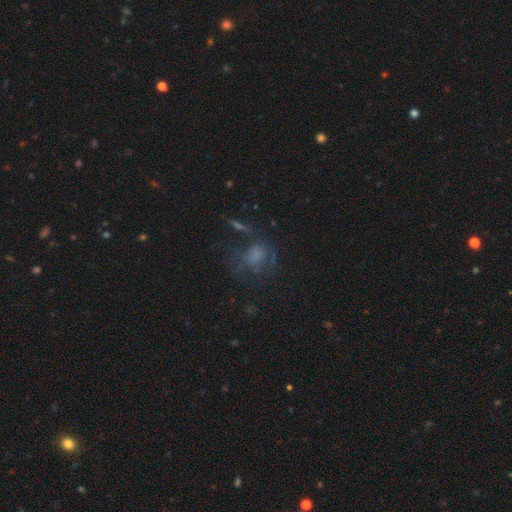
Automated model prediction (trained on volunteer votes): Smooth or featured? Predicted: smooth (p=0.46). Merging? Predicted: none (p=0.46).